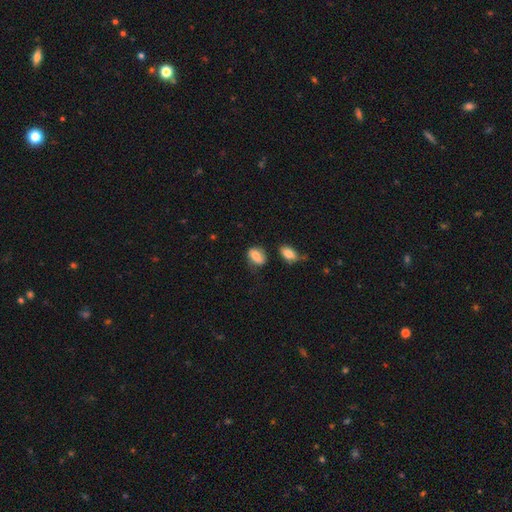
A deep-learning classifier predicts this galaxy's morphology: The model was most divided on "merging": none: 54%, minor disturbance: 29%, major disturbance: 10%, merger: 6%. More confident: how rounded — in between (77%); smooth or featured — smooth (77%).